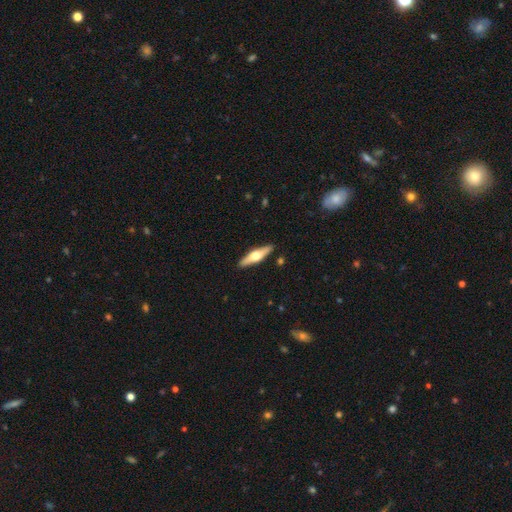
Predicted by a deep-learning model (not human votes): Smooth or featured? featured or disk (60%)
Edge-on disk? yes (95%)
Edge-on bulge? rounded (94%)
Merging? none (90%)